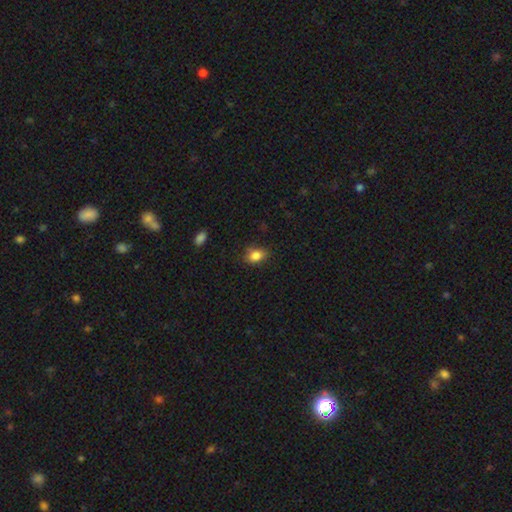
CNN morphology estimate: smooth-or-featured: smooth: 84% | star or artifact: 10% | featured or disk: 6%
  how-rounded: in between: 72% | round: 26% | cigar-shaped: 2%
  merging: none: 74% | minor disturbance: 20% | major disturbance: 4% | merger: 2%